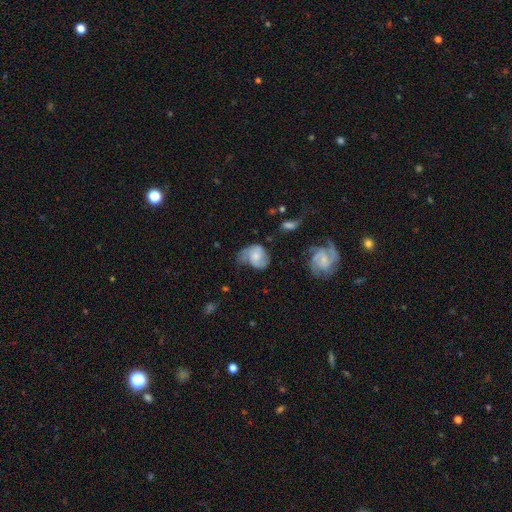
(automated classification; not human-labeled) Smooth or featured: smooth — 47% (featured or disk — 45%)
Merging: none — 36% (minor disturbance — 35%)